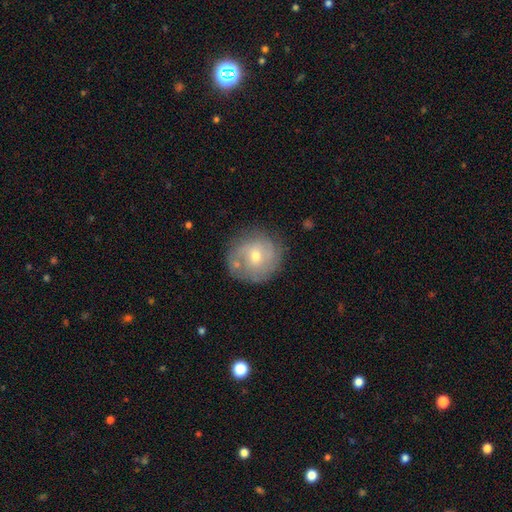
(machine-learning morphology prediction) smooth 46%, featured or disk 45%, star or artifact 9%. Down the decision tree: merging — none (70%).